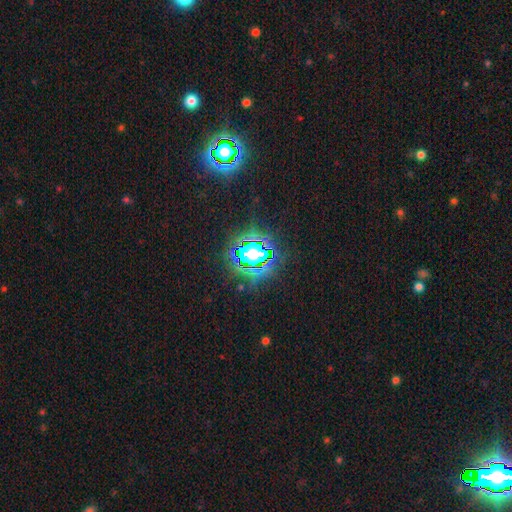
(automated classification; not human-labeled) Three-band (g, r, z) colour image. It shows a star or artifact, not a galaxy (82%).